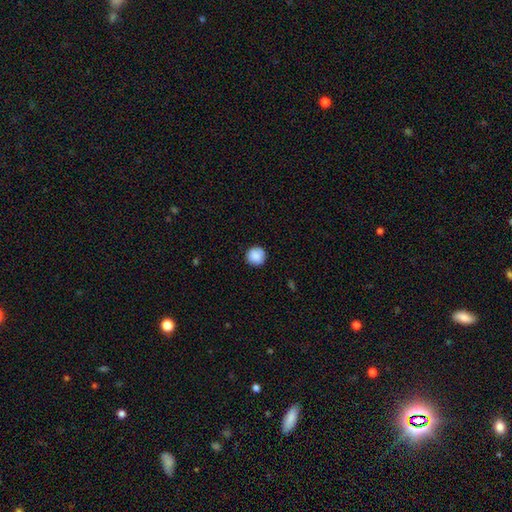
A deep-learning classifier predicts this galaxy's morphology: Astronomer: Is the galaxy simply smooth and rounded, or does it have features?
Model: smooth — 87%.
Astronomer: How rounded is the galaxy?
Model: round — 94%.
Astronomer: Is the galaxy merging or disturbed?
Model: none — 88%.